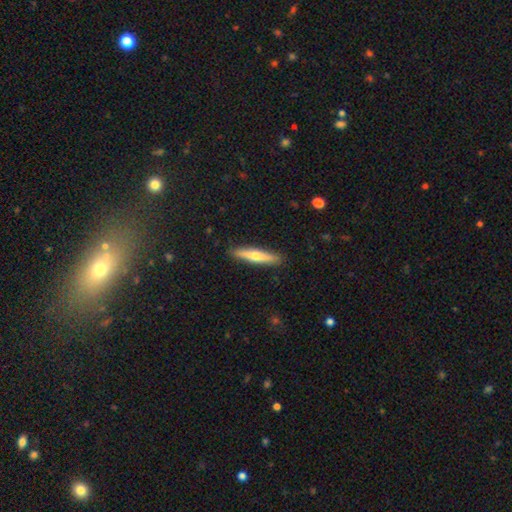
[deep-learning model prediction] Morphology: type=smooth (49%); merging=none (90%).